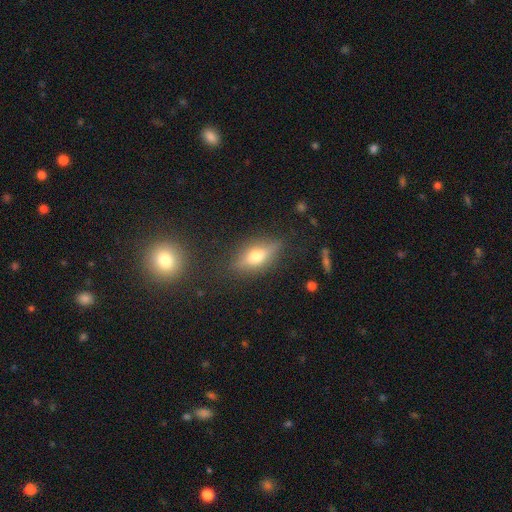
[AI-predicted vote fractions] smooth_or_featured: smooth (p=0.49) [alt: featured or disk p=0.41]
merging: none (p=0.82) [alt: minor disturbance p=0.13]